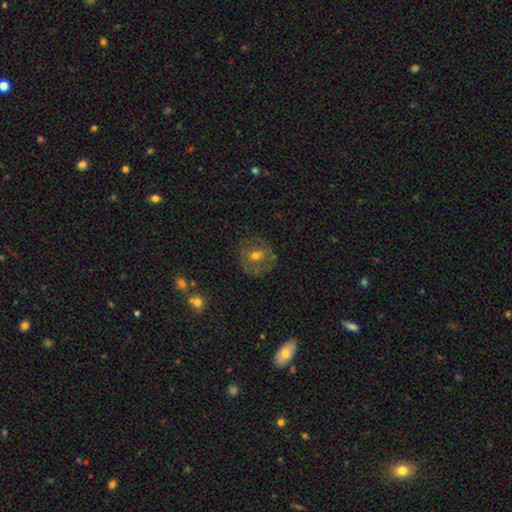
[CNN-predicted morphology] This is possibly a featured or disk galaxy (49%). Merging: likely none (76%).